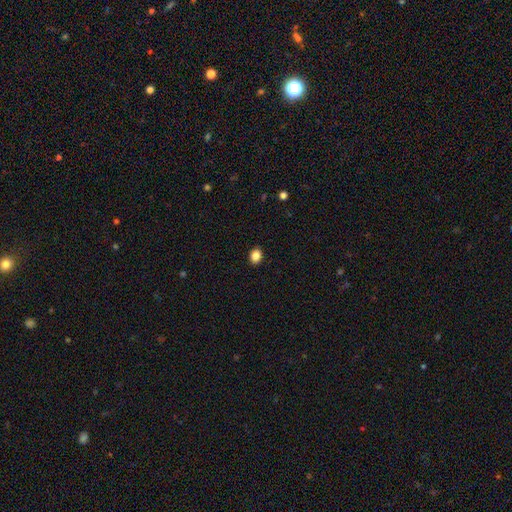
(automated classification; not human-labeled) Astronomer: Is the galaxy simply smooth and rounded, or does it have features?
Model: smooth — 86%.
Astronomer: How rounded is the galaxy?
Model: in between — 53% (runner-up: round, 46%).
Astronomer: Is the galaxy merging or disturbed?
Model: none — 91%.